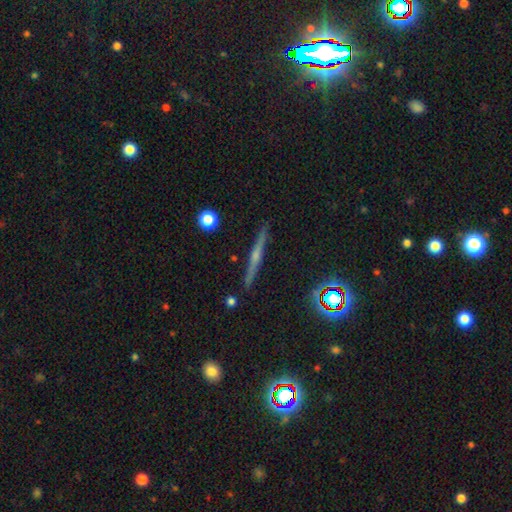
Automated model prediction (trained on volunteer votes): This appears to be a featured or disk galaxy (61%) viewed edge-on (93%) with a rounded central bulge (76%). Merging: none (85%).